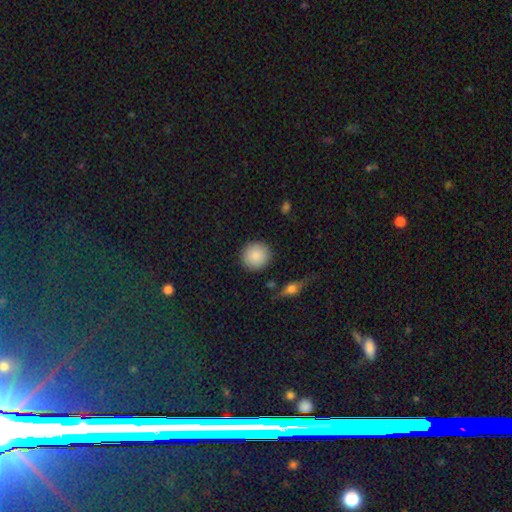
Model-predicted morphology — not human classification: Q: Smooth or featured?
A: smooth (88%); runner-up: star or artifact (7%)
Q: How rounded?
A: round (93%); runner-up: in between (6%)
Q: Merging?
A: none (90%); runner-up: minor disturbance (6%)